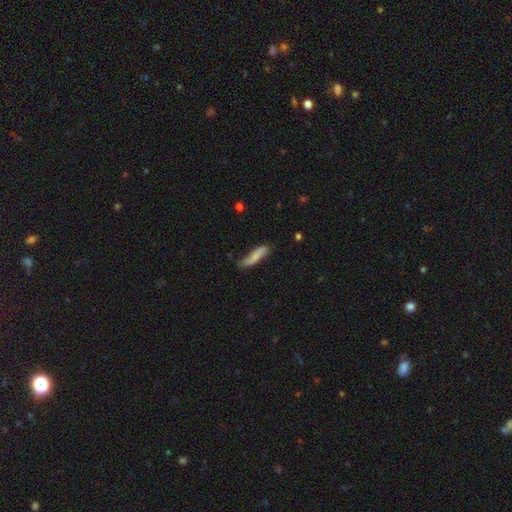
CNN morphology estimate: Overall: smooth (70%). How rounded: cigar-shaped (77%). Merging: none (56%; minor disturbance 32%).